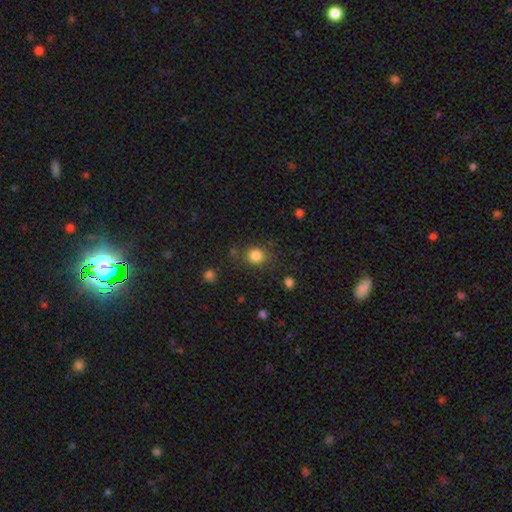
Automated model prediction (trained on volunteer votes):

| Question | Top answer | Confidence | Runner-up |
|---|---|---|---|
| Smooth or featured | smooth | 83% | star or artifact (11%) |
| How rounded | round | 78% | in between (21%) |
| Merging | none | 78% | minor disturbance (13%) |